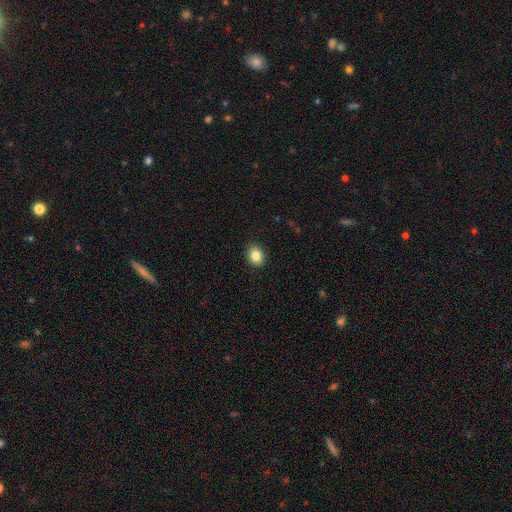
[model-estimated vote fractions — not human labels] A smooth galaxy with no disk features (85%) that is in between round and cigar-shaped (56%).

Vote fractions:
- Smooth or featured? smooth: 85% / star or artifact: 9% / featured or disk: 6%
- How rounded? in between: 56% / round: 43% / cigar-shaped: 1%
- Merging? none: 89% / minor disturbance: 8% / major disturbance: 2% / merger: 1%